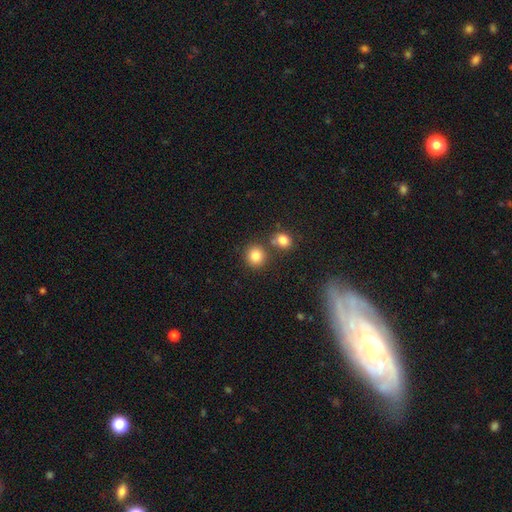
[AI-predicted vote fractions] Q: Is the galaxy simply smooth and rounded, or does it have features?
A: smooth — 84%.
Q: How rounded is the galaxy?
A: round — 86%.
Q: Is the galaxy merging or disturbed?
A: none — 75%.